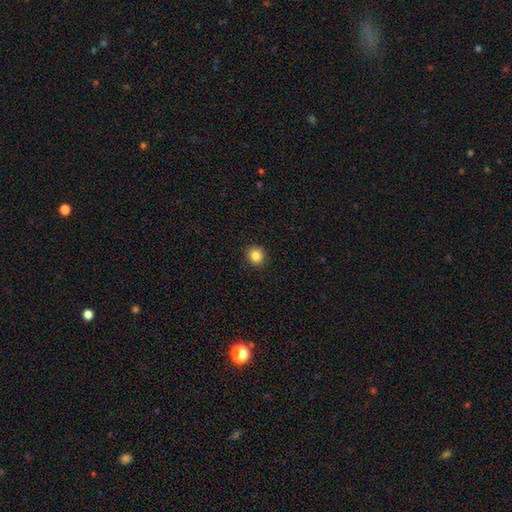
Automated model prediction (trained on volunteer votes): A smooth galaxy with no disk features (85%) that is round (88%).

Vote fractions:
- Smooth or featured? smooth: 85% / star or artifact: 10% / featured or disk: 5%
- How rounded? round: 88% / in between: 11% / cigar-shaped: 1%
- Merging? none: 91% / minor disturbance: 6% / major disturbance: 2% / merger: 1%